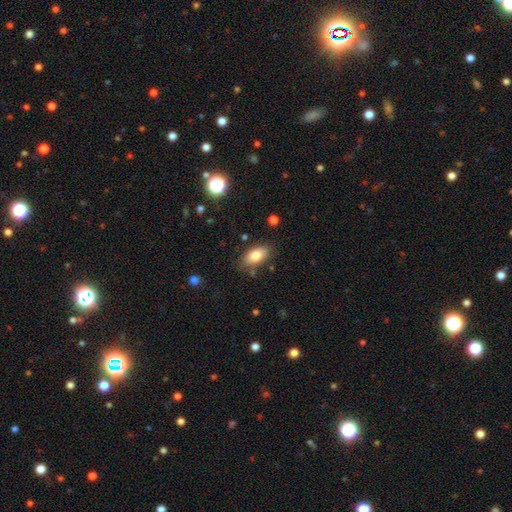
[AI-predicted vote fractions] smooth_or_featured: smooth (p=0.80) [alt: featured or disk p=0.12]
how_rounded: in between (p=0.91) [alt: cigar-shaped p=0.05]
merging: none (p=0.80) [alt: minor disturbance p=0.14]